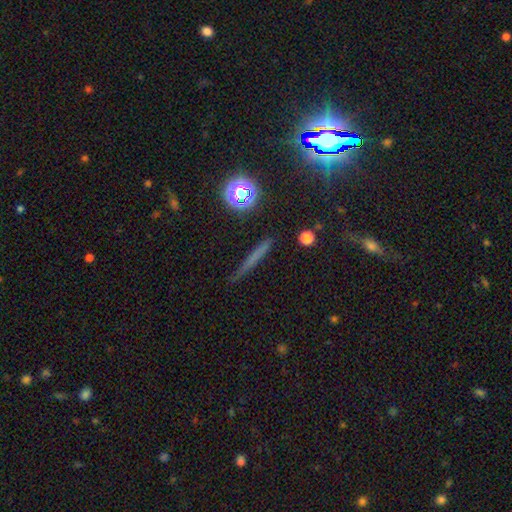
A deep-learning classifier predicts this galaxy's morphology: smooth_or_featured: smooth (p=0.48) [alt: featured or disk p=0.30]
merging: none (p=0.86) [alt: minor disturbance p=0.10]